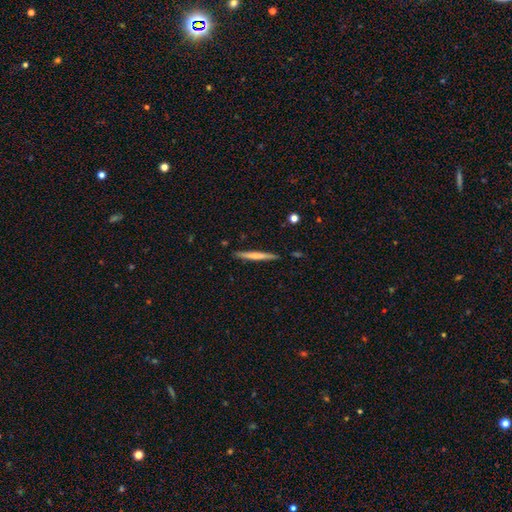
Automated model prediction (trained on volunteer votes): smooth_or_featured: smooth (p=0.54) [alt: featured or disk p=0.40]
how_rounded: cigar-shaped (p=0.96) [alt: in between p=0.02]
merging: none (p=0.89) [alt: minor disturbance p=0.08]